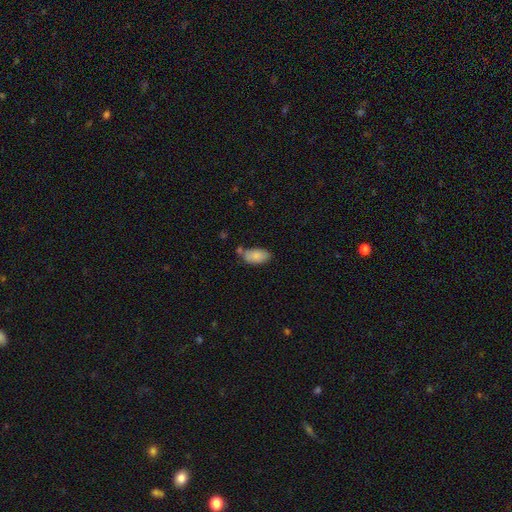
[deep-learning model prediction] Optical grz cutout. It shows a smooth galaxy with no disk features (85%) that is in between round and cigar-shaped (94%). Merging: none (67%).